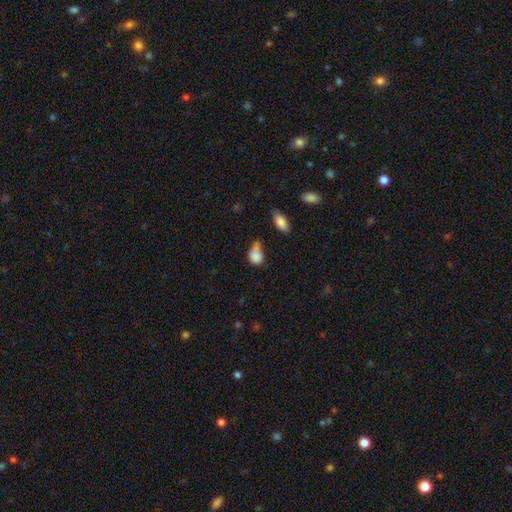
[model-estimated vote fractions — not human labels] Q: Smooth or featured?
A: smooth (82%); runner-up: star or artifact (9%)
Q: How rounded?
A: in between (64%); runner-up: round (33%)
Q: Merging?
A: minor disturbance (34%); runner-up: none (30%)